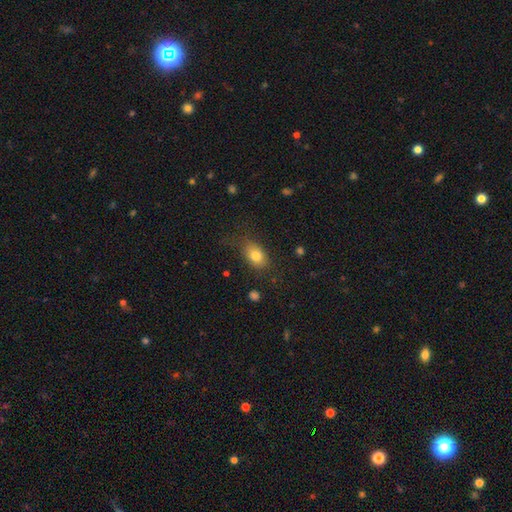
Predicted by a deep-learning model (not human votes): smooth_or_featured: smooth (p=0.80) [alt: featured or disk p=0.11]
how_rounded: in between (p=0.79) [alt: round p=0.19]
merging: none (p=0.68) [alt: minor disturbance p=0.21]